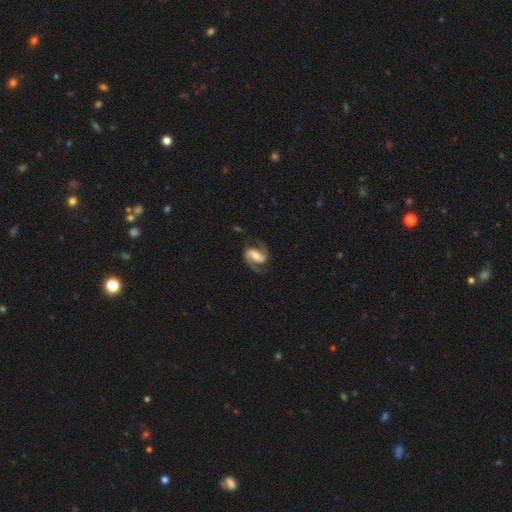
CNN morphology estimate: A featured or disk galaxy (88%) with a strong bar (42%), 2 (91%) medium (56%) spiral arms (97%) and a moderate central bulge (44%). Merging: none (74%).